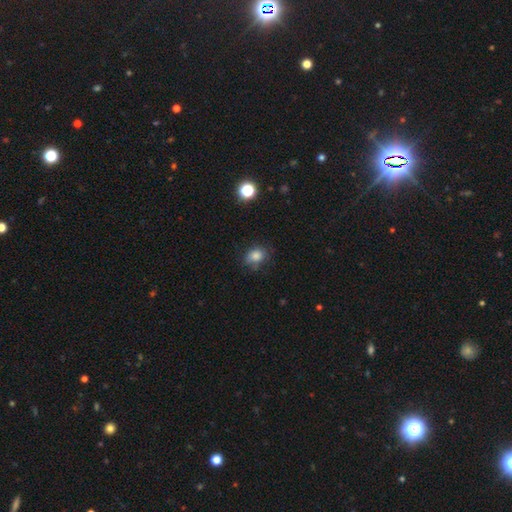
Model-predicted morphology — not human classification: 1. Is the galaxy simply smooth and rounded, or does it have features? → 80% smooth, 13% star or artifact, 7% featured or disk.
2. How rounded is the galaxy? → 50% round, 49% in between, 1% cigar-shaped.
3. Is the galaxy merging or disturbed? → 68% none, 23% minor disturbance, 7% major disturbance, 2% merger.